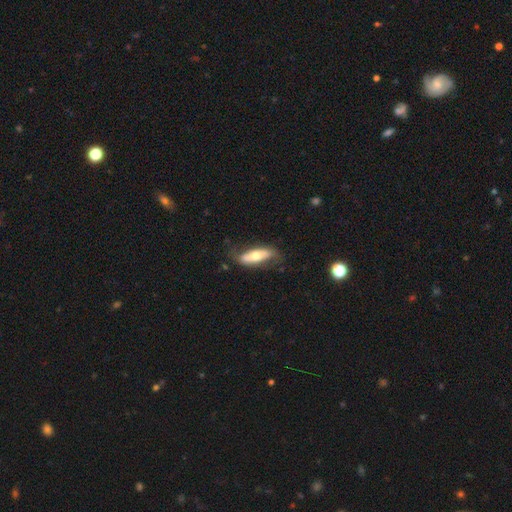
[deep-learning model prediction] Smooth or featured? Predicted: smooth (p=0.47, tied with featured or disk). Merging? Predicted: none (p=0.64).